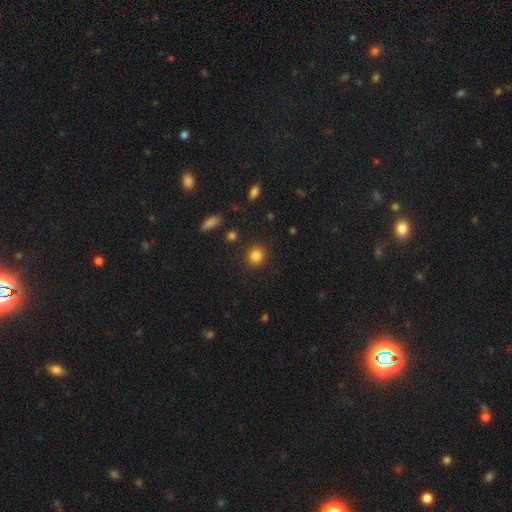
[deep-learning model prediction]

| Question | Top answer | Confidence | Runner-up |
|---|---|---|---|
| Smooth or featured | smooth | 84% | star or artifact (11%) |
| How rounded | round | 84% | in between (15%) |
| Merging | none | 90% | minor disturbance (6%) |